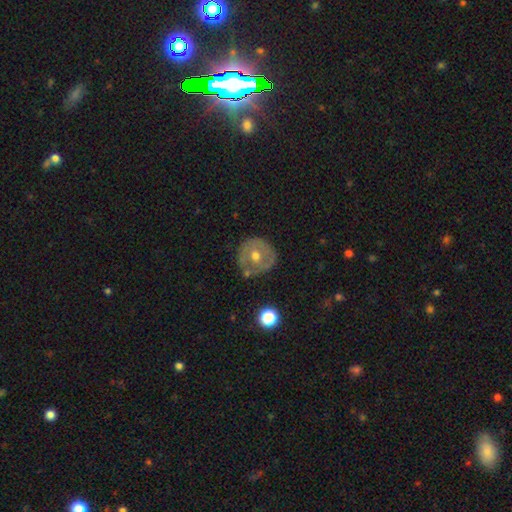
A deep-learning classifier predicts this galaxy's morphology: featured or disk 50%, smooth 42%, star or artifact 8%. Down the decision tree: merging — none (69%).